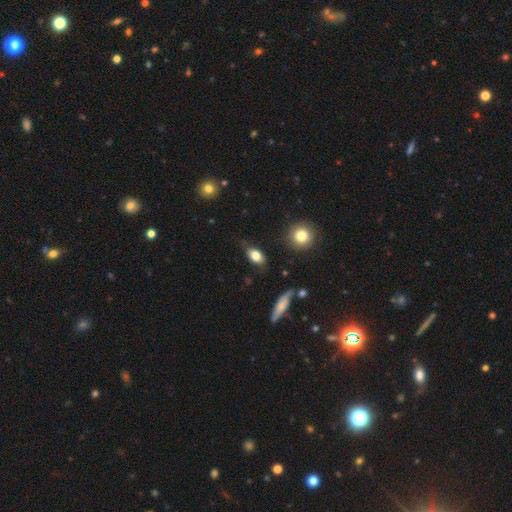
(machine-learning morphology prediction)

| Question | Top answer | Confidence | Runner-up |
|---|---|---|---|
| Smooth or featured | smooth | 80% | featured or disk (12%) |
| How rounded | in between | 87% | round (8%) |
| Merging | none | 71% | minor disturbance (21%) |